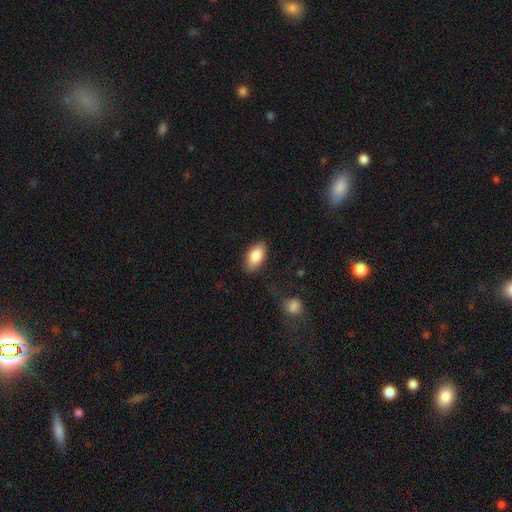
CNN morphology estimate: A smooth galaxy with no disk features (86%) that is in between round and cigar-shaped (93%).

Vote fractions:
- Smooth or featured? smooth: 86% / featured or disk: 8% / star or artifact: 7%
- How rounded? in between: 93% / round: 4% / cigar-shaped: 3%
- Merging? none: 83% / minor disturbance: 12% / major disturbance: 3% / merger: 2%